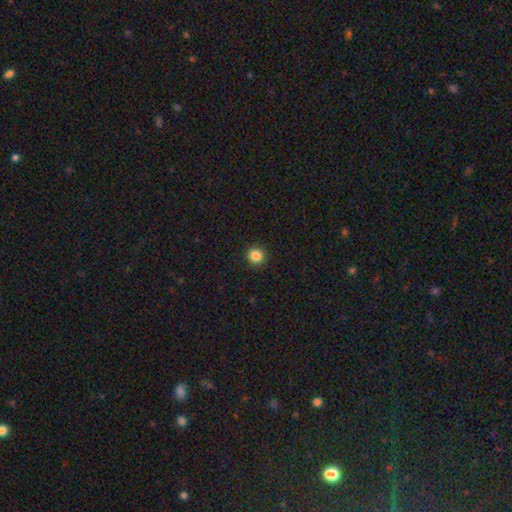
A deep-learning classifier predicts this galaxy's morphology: A smooth galaxy with no disk features (86%) that is round (93%).

Vote fractions:
- Smooth or featured? smooth: 86% / star or artifact: 11% / featured or disk: 4%
- How rounded? round: 93% / in between: 6% / cigar-shaped: 1%
- Merging? none: 92% / minor disturbance: 5% / major disturbance: 2% / merger: 1%